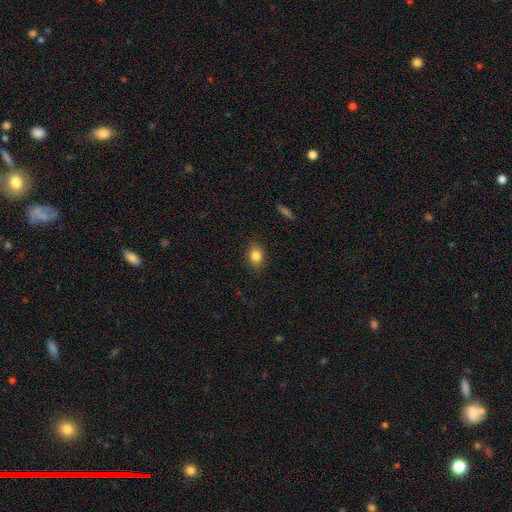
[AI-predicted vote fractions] Smooth or featured?
  - smooth: 83% *
  - star or artifact: 10%
  - featured or disk: 7%
How rounded?
  - in between: 57% *
  - round: 42%
  - cigar-shaped: 1%
Merging?
  - none: 86% *
  - minor disturbance: 10%
  - major disturbance: 2%
  - merger: 1%